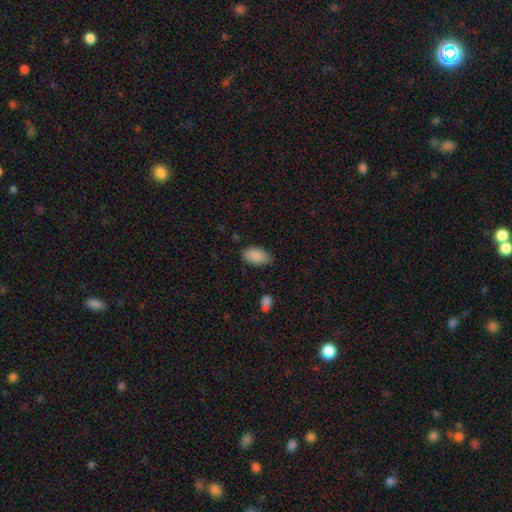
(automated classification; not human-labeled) Smooth or featured? Predicted: smooth (p=0.89). How rounded? Predicted: in between (p=0.95). Merging? Predicted: none (p=0.83).